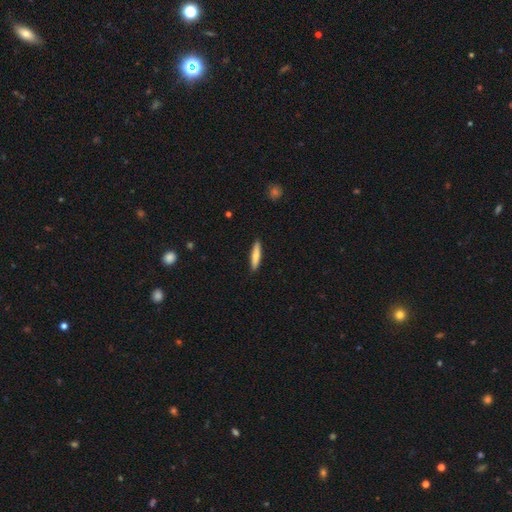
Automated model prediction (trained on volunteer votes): smooth 71%, featured or disk 24%, star or artifact 6%. Down the decision tree: how rounded — cigar-shaped (85%); merging — none (90%).